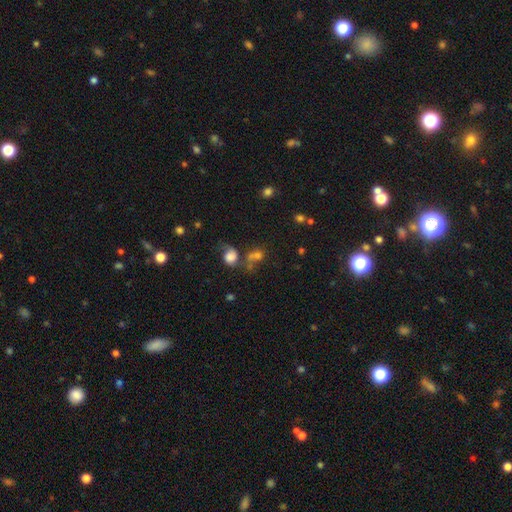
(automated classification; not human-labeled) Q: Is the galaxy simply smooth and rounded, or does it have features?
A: smooth — 59%.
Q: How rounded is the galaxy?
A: round — 55%.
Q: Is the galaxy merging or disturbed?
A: merger — 35%, tied with none.